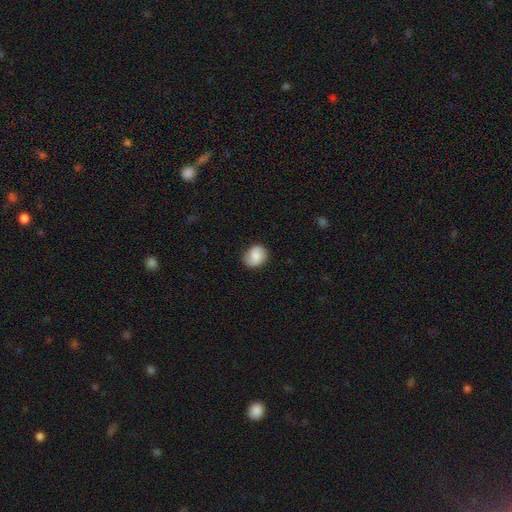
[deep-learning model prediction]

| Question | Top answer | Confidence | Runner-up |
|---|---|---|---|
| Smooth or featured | smooth | 68% | featured or disk (24%) |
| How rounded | round | 58% | in between (41%) |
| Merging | none | 81% | minor disturbance (15%) |